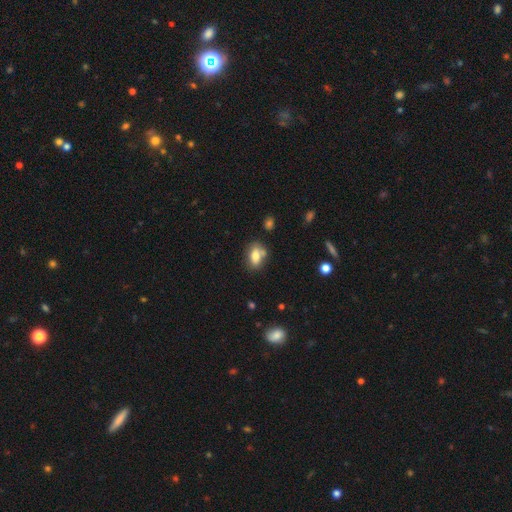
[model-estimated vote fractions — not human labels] The model was most divided on "merging": none: 59%, minor disturbance: 18%, merger: 18%, major disturbance: 5%. More confident: how rounded — in between (82%); smooth or featured — smooth (75%).